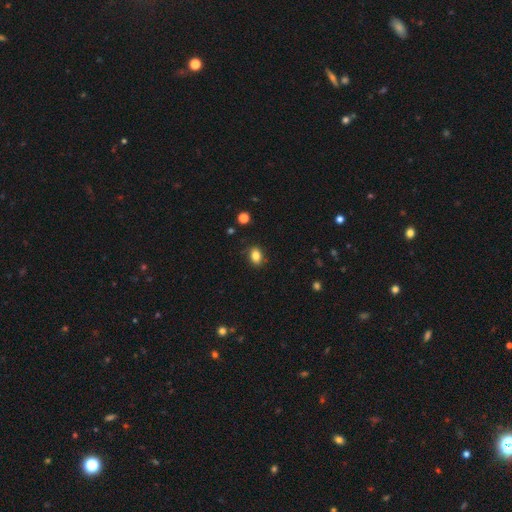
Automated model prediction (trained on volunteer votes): Smooth or featured? Predicted: smooth (p=0.84). How rounded? Predicted: in between (p=0.73). Merging? Predicted: none (p=0.84).